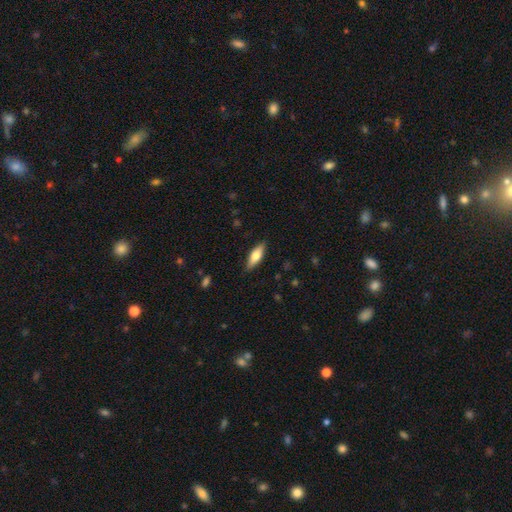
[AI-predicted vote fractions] This appears to be a smooth galaxy with no disk features (64%) that is in between round and cigar-shaped (58%). Merging: none (87%).